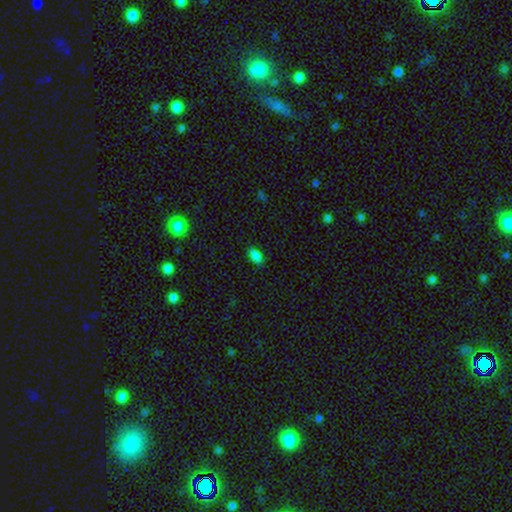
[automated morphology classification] This is clearly a smooth galaxy (83%). How rounded: clearly in between (91%). Merging: clearly none (86%).